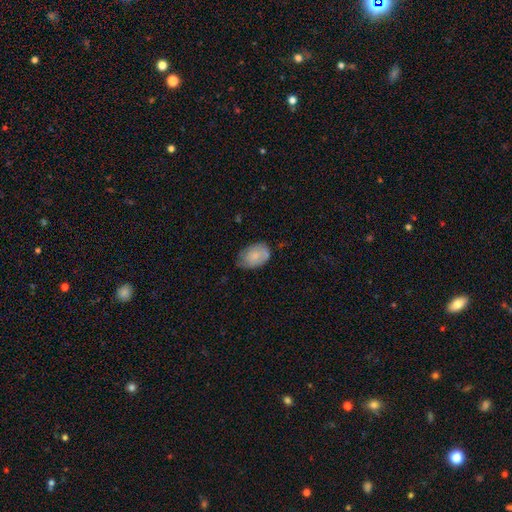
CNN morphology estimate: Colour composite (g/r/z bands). It shows a smooth galaxy with no disk features (75%) that is in between round and cigar-shaped (86%). Merging: none (55%).